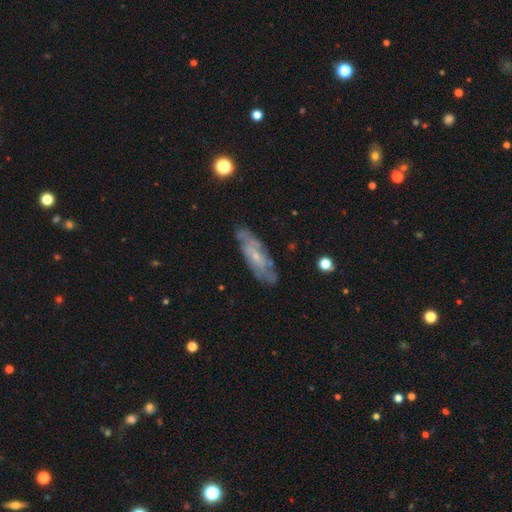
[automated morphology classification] Smooth or featured? featured or disk (64%)
Edge-on disk? no (77%)
Merging? none (74%)